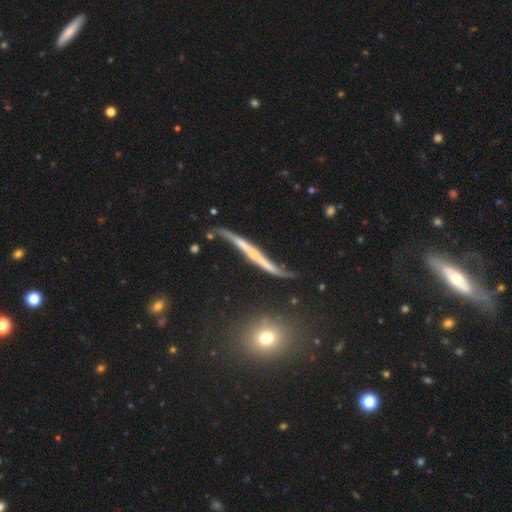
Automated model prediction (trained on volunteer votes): Morphology: type=featured or disk (71%); edge-on=yes (84%); edge-on bulge=none (78%); merging=none (59%).